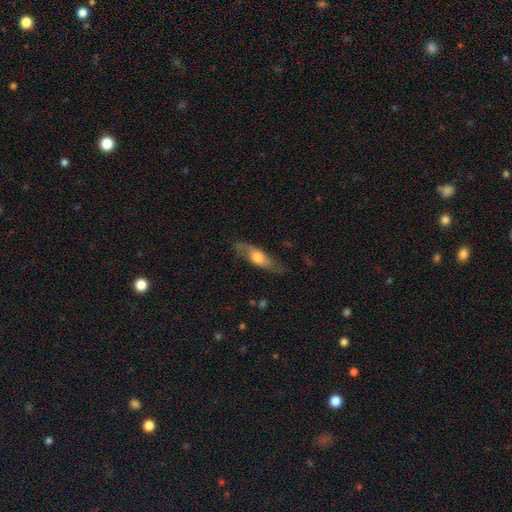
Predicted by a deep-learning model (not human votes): This is possibly a featured or disk galaxy (57%). It is possibly not viewed edge-on (58%). Merging: likely none (73%).